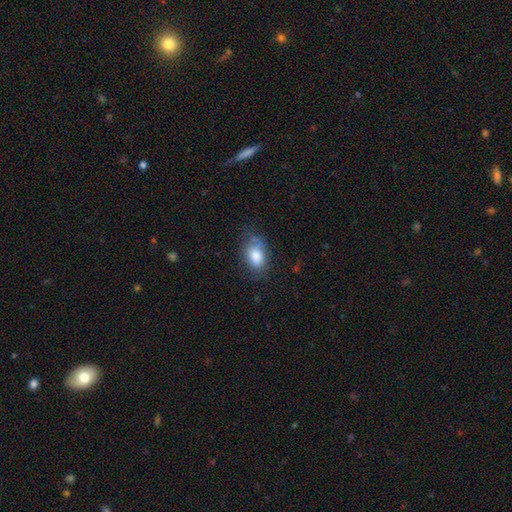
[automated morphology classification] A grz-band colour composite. It shows a smooth galaxy with no disk features (80%) that is in between round and cigar-shaped (87%). Merging: none (59%).